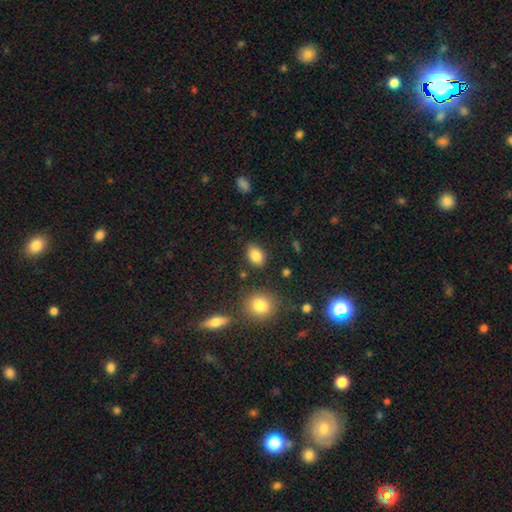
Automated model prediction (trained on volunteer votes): Overall: smooth (84%). How rounded: in between (76%). Merging: none (81%).